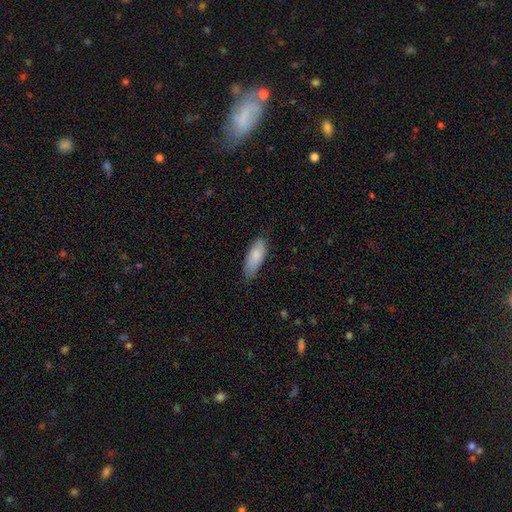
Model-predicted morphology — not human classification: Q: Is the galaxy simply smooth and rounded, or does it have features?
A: smooth — 84%.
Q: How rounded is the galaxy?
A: in between — 73%.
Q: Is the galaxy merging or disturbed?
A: none — 74%.